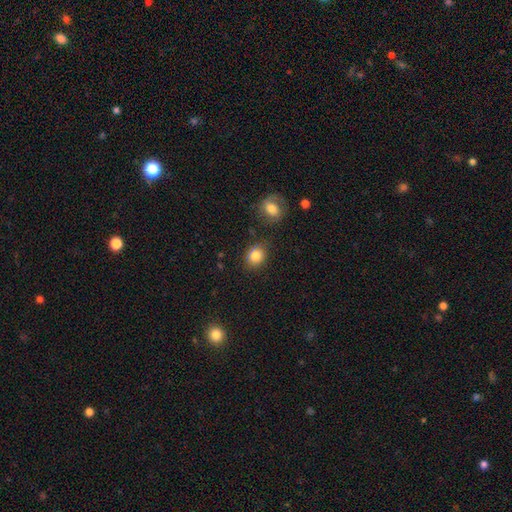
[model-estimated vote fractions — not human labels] Smooth or featured? Predicted: smooth (p=0.83). How rounded? Predicted: round (p=0.58). Merging? Predicted: none (p=0.78).